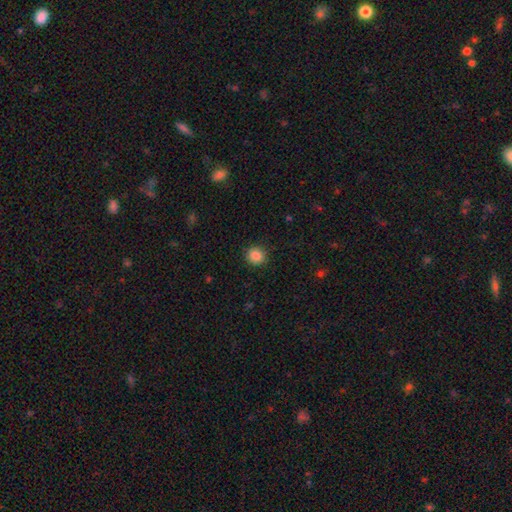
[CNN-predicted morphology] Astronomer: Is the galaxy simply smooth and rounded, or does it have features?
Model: smooth — 86%.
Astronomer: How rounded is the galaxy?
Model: round — 86%.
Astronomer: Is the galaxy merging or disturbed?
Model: none — 91%.